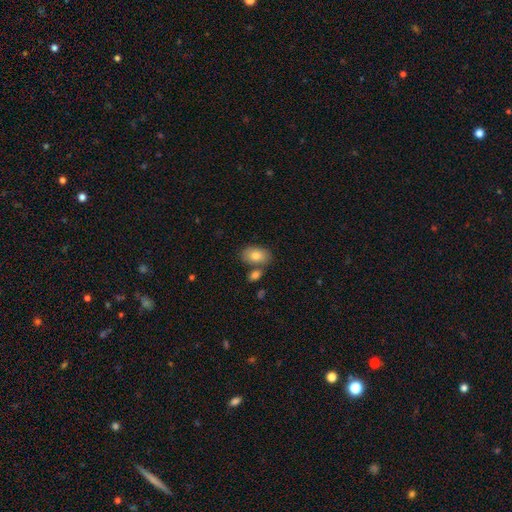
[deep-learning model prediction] smooth_or_featured: smooth (p=0.83) [alt: featured or disk p=0.11]
how_rounded: in between (p=0.90) [alt: round p=0.09]
merging: none (p=0.65) [alt: merger p=0.19]